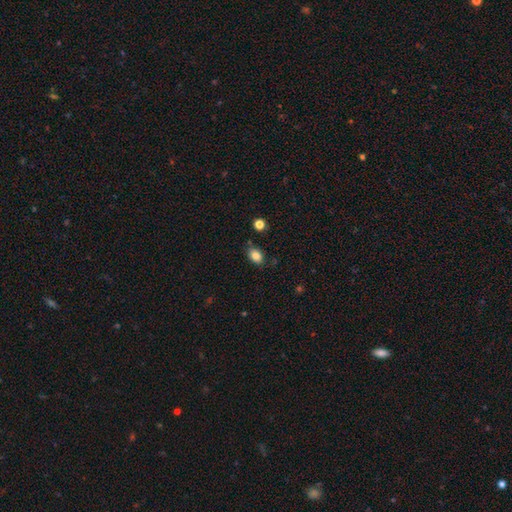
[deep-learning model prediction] smooth-or-featured: smooth: 84% | star or artifact: 10% | featured or disk: 6%
  how-rounded: in between: 81% | round: 18% | cigar-shaped: 1%
  merging: none: 78% | minor disturbance: 15% | merger: 4% | major disturbance: 3%